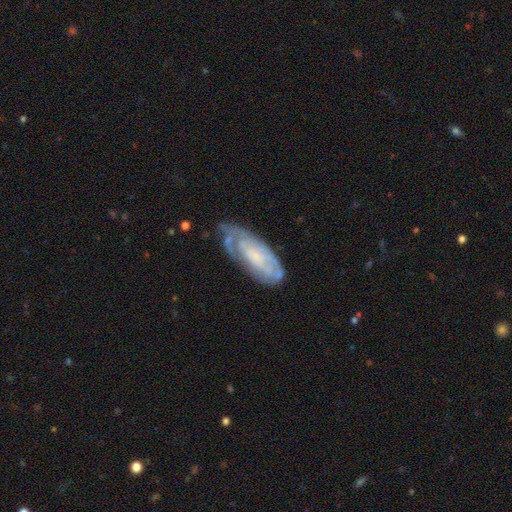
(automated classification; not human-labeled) featured or disk 63%, smooth 29%, star or artifact 8%. Down the decision tree: edge-on disk — no (86%); bar — no (69%); spiral arms — yes (74%); bulge size — small (39%); merging — none (58%).